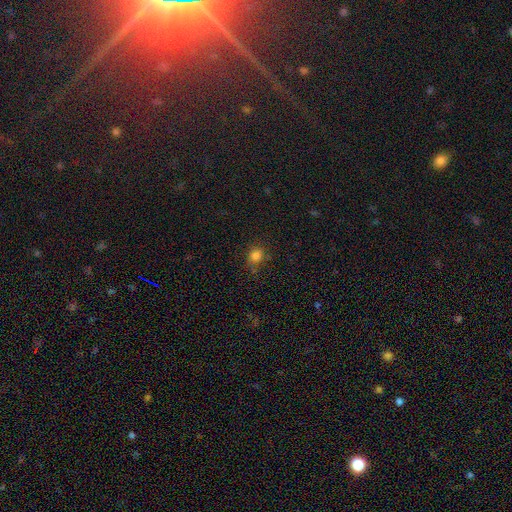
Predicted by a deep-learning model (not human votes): This is clearly a smooth galaxy (82%). How rounded: likely round (77%). Merging: likely none (78%).